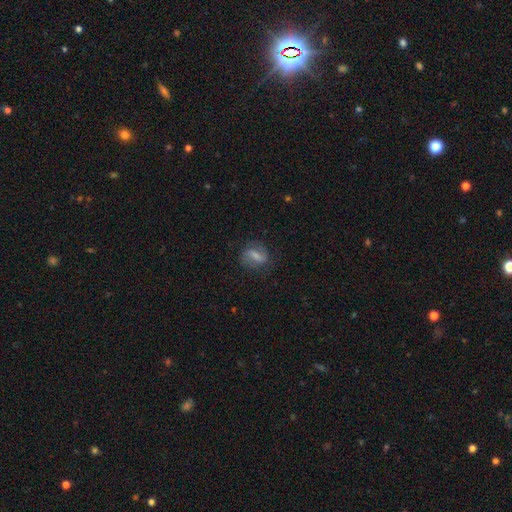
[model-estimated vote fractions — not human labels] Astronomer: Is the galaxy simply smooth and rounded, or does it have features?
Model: featured or disk — 47% (runner-up: smooth, 45%).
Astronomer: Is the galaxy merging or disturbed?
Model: none — 71%.